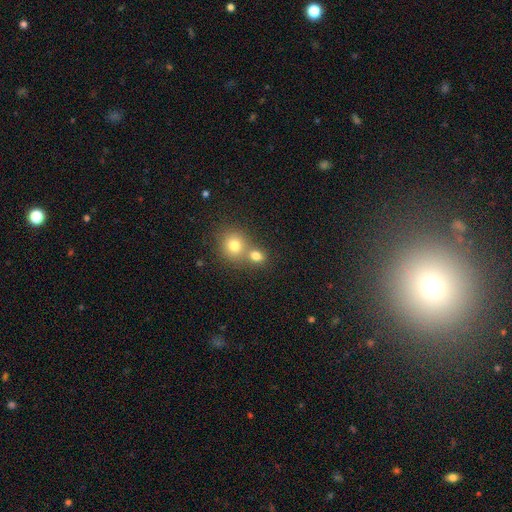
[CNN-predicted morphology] smooth-or-featured: smooth: 79% | star or artifact: 12% | featured or disk: 9%
  how-rounded: round: 65% | in between: 34% | cigar-shaped: 1%
  merging: merger: 47% | none: 43% | minor disturbance: 7% | major disturbance: 3%